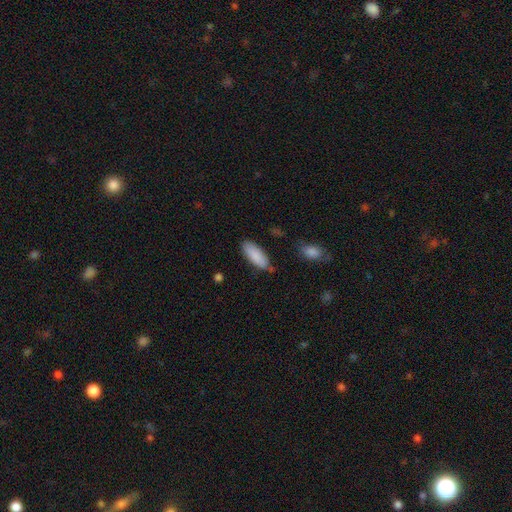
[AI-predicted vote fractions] Overall: smooth (87%). How rounded: in between (75%). Merging: none (74%).